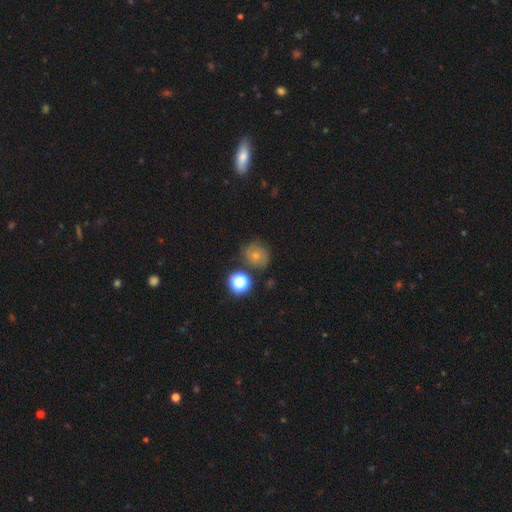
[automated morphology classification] The model was most divided on "smooth or featured": smooth: 52%, featured or disk: 30%, star or artifact: 18%. More confident: how rounded — round (81%); merging — none (69%).